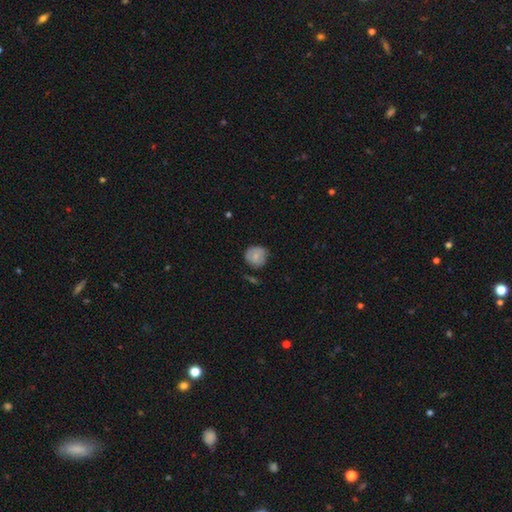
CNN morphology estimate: type=smooth (70%); roundness=round (84%); merging=none (63%).